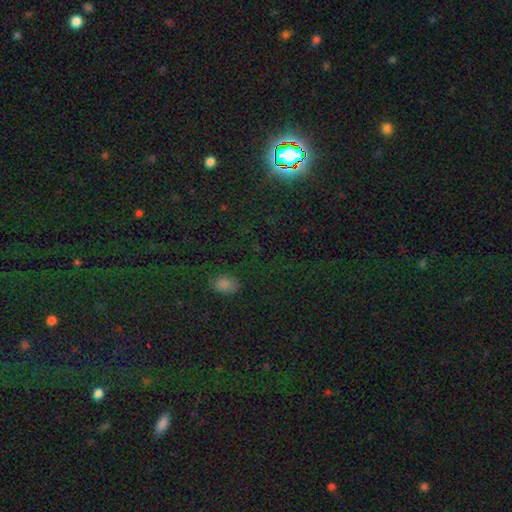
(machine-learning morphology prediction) Smooth or featured: star or artifact — 67% (smooth — 24%)